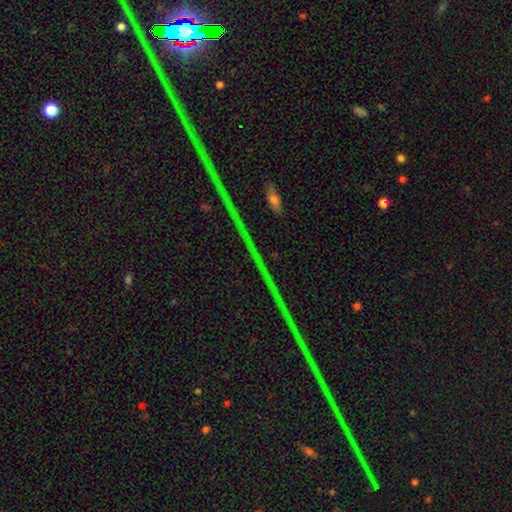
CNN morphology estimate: A star or artifact, not a galaxy (80%).

Vote fractions:
- Smooth or featured? star or artifact: 80% / featured or disk: 13% / smooth: 7%